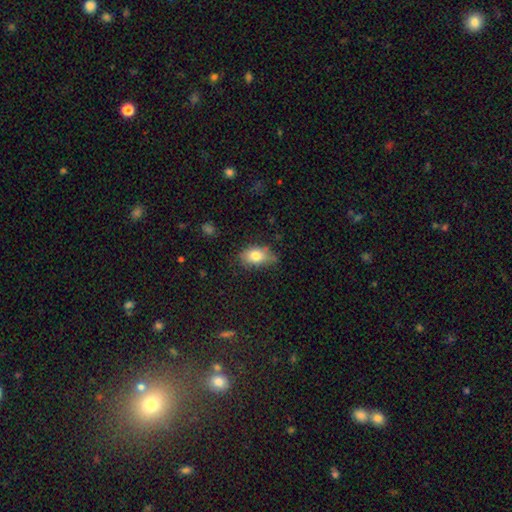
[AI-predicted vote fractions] Smooth or featured?
  - smooth: 79% *
  - featured or disk: 13%
  - star or artifact: 8%
How rounded?
  - in between: 86% *
  - round: 11%
  - cigar-shaped: 2%
Merging?
  - none: 60% *
  - minor disturbance: 30%
  - major disturbance: 7%
  - merger: 2%